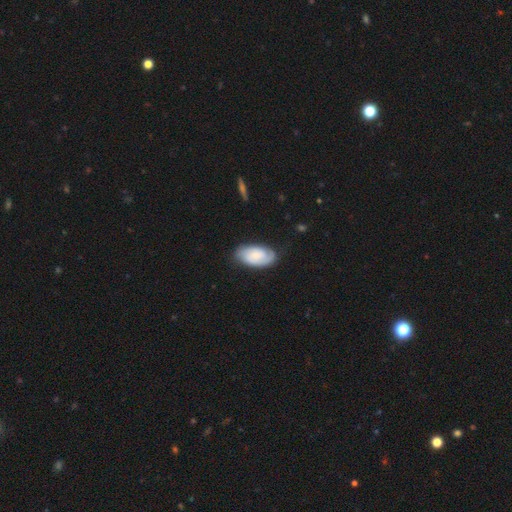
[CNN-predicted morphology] This is possibly a featured or disk galaxy (50%). Merging: likely none (72%).